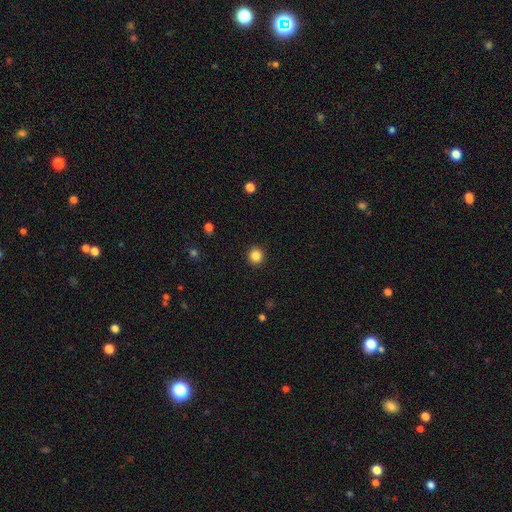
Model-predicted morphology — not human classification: Smooth or featured? smooth (86%)
How rounded? round (93%)
Merging? none (92%)